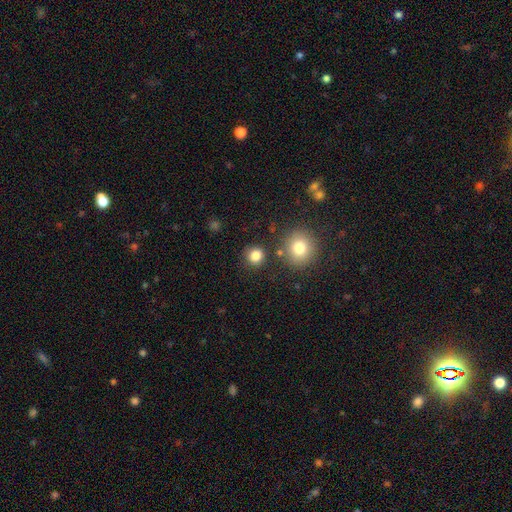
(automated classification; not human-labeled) Overall: smooth (82%). How rounded: round (89%). Merging: none (84%).